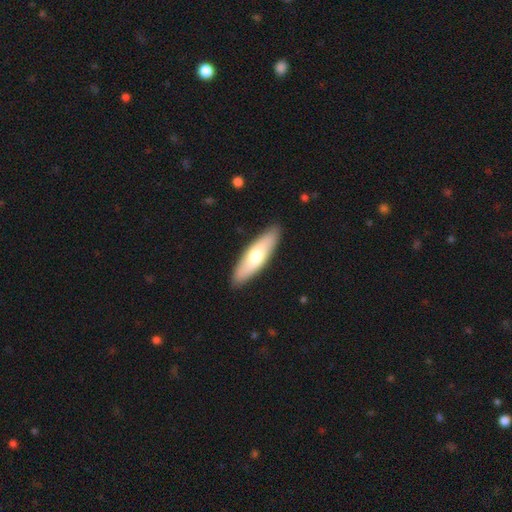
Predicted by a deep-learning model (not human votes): The model was most divided on "how rounded": cigar-shaped: 60%, in between: 38%, round: 2%. More confident: merging — none (89%); smooth or featured — smooth (65%).